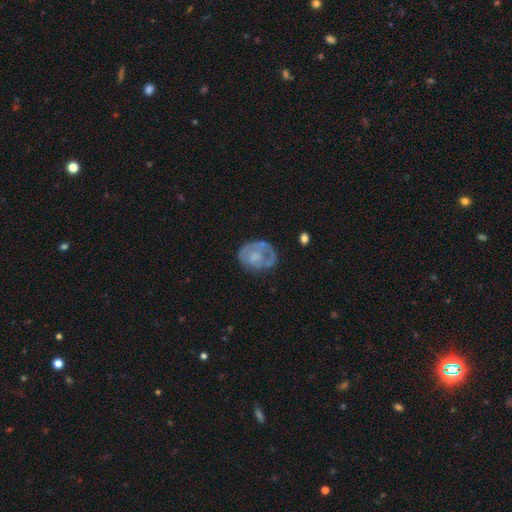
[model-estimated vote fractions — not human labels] smooth_or_featured: featured or disk (p=0.55) [alt: smooth p=0.38]
disk_edge_on: no (p=0.97) [alt: yes p=0.03]
bar: no (p=0.82) [alt: weak p=0.15]
has_spiral_arms: no (p=0.58) [alt: yes p=0.42]
bulge_size: moderate (p=0.35) [alt: none p=0.29]
merging: none (p=0.55) [alt: minor disturbance p=0.25]